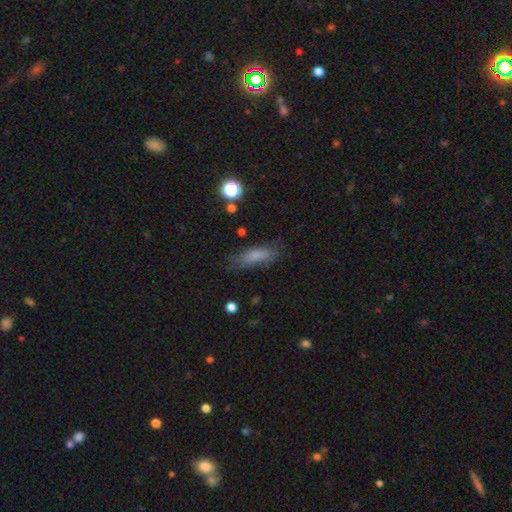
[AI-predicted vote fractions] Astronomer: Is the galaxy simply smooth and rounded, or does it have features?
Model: smooth — 74%.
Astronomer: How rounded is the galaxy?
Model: in between — 52% (runner-up: cigar-shaped, 45%).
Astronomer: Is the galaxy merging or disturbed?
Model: none — 74%.